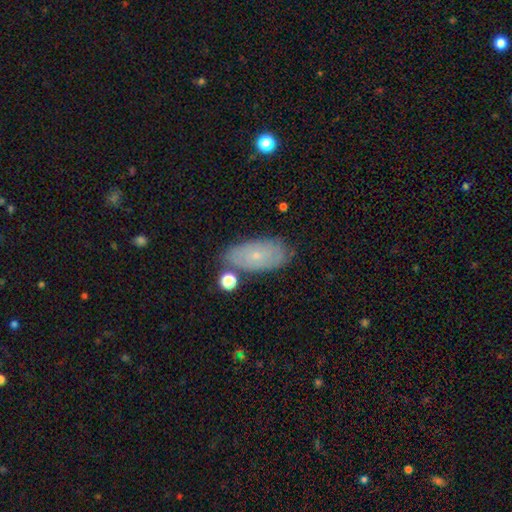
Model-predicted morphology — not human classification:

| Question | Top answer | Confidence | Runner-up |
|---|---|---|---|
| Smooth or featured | smooth | 51% | featured or disk (41%) |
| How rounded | in between | 91% | cigar-shaped (5%) |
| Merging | none | 73% | minor disturbance (18%) |